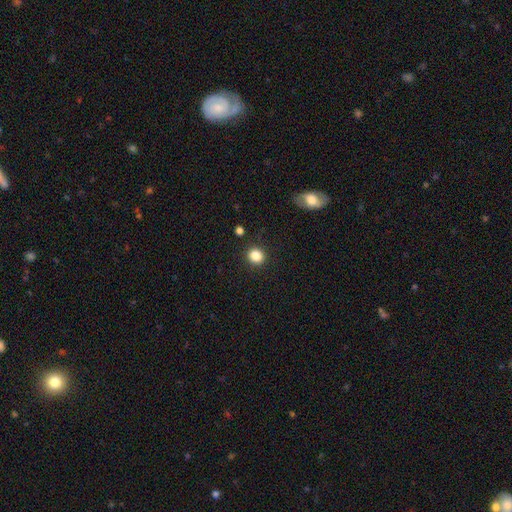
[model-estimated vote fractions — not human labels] Smooth or featured?
  - smooth: 86% *
  - star or artifact: 11%
  - featured or disk: 4%
How rounded?
  - round: 84% *
  - in between: 15%
  - cigar-shaped: 1%
Merging?
  - none: 90% *
  - minor disturbance: 6%
  - major disturbance: 2%
  - merger: 2%